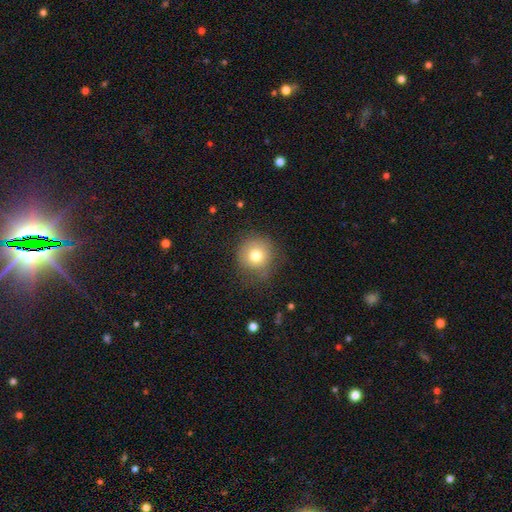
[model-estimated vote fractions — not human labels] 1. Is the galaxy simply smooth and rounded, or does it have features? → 77% smooth, 12% featured or disk, 11% star or artifact.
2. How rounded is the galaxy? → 92% round, 7% in between, 1% cigar-shaped.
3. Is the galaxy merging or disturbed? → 73% none, 19% minor disturbance, 7% major disturbance, 1% merger.